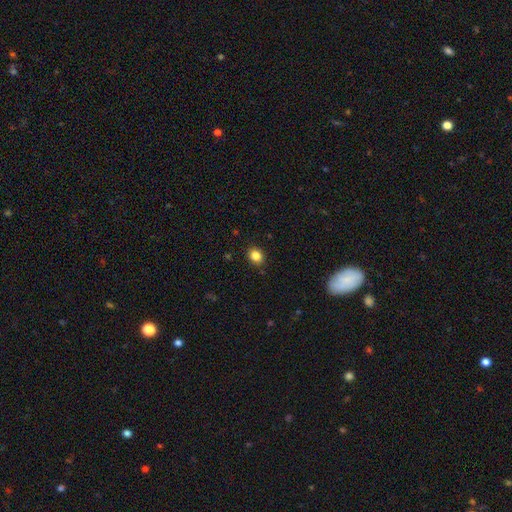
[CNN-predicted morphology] Q: Smooth or featured?
A: smooth (84%); runner-up: star or artifact (11%)
Q: How rounded?
A: round (57%); runner-up: in between (42%)
Q: Merging?
A: none (90%); runner-up: minor disturbance (7%)